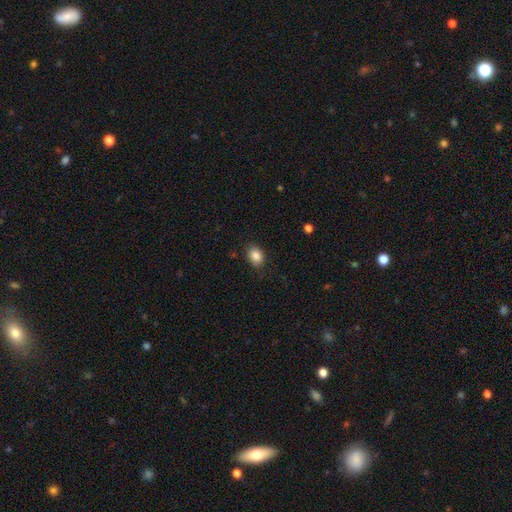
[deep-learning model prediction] smooth-or-featured: smooth: 87% | star or artifact: 9% | featured or disk: 5%
  how-rounded: in between: 64% | round: 35% | cigar-shaped: 1%
  merging: none: 82% | minor disturbance: 13% | major disturbance: 3% | merger: 1%